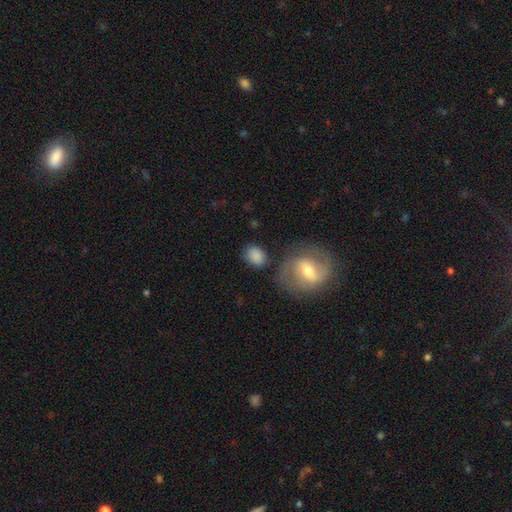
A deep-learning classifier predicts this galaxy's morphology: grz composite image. It shows a smooth galaxy with no disk features (83%) that is in between round and cigar-shaped (53%). Merging: none (74%).